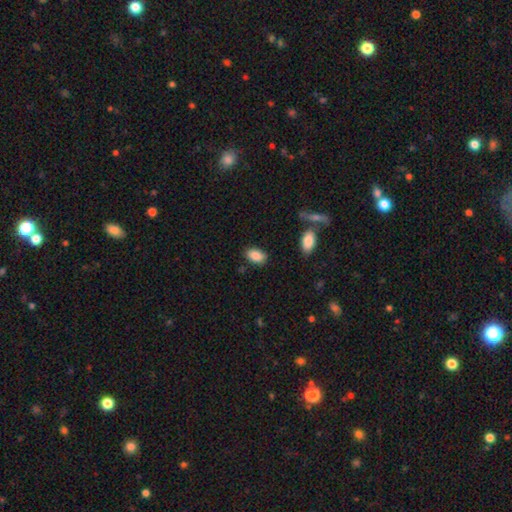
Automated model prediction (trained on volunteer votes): smooth 87%, star or artifact 7%, featured or disk 6%. Down the decision tree: how rounded — in between (92%); merging — none (84%).